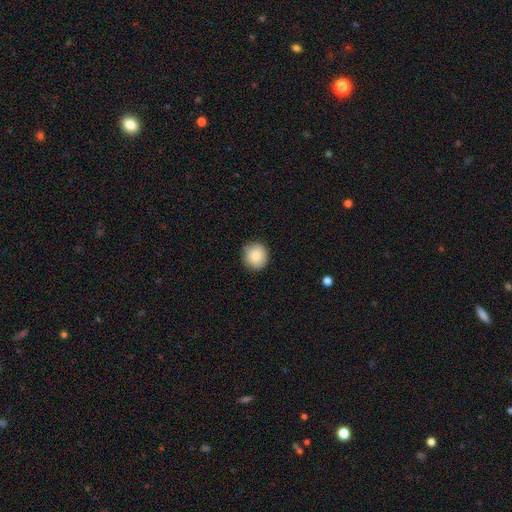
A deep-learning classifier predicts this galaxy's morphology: Q: Smooth or featured?
A: smooth (83%); runner-up: featured or disk (8%)
Q: How rounded?
A: round (91%); runner-up: in between (8%)
Q: Merging?
A: none (87%); runner-up: minor disturbance (10%)